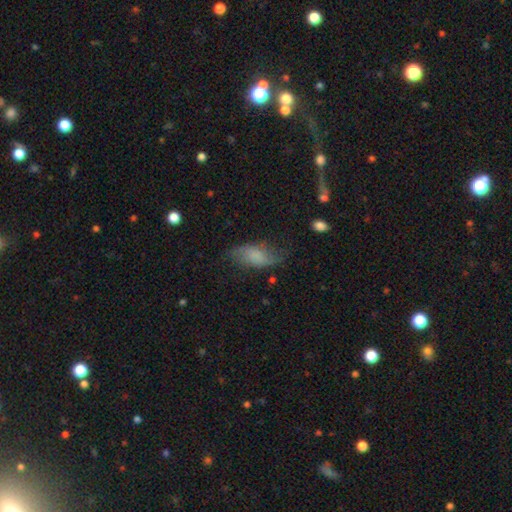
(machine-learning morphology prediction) Smooth or featured? Predicted: smooth (p=0.66). How rounded? Predicted: in between (p=0.87). Merging? Predicted: none (p=0.60).